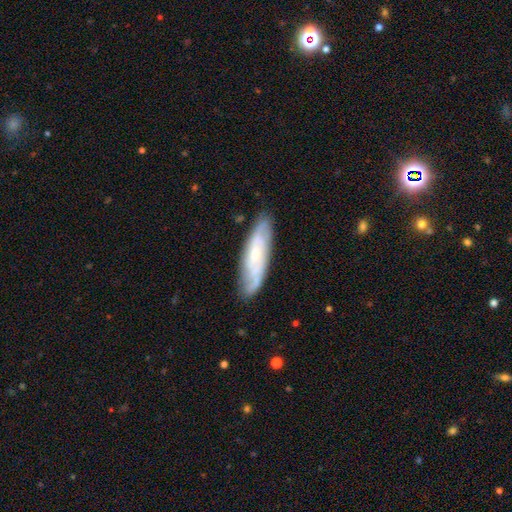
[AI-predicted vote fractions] A featured or disk galaxy (68%).

Vote fractions:
- Smooth or featured? featured or disk: 68% / smooth: 26% / star or artifact: 6%
- Edge-on disk? no: 73% / yes: 27%
- Merging? none: 80% / minor disturbance: 15% / major disturbance: 3% / merger: 1%